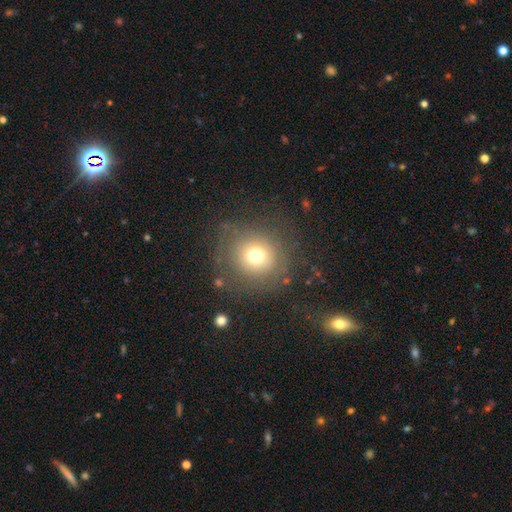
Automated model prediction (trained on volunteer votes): The model was most divided on "smooth or featured": smooth: 67%, featured or disk: 17%, star or artifact: 15%. More confident: how rounded — round (91%); merging — none (78%).